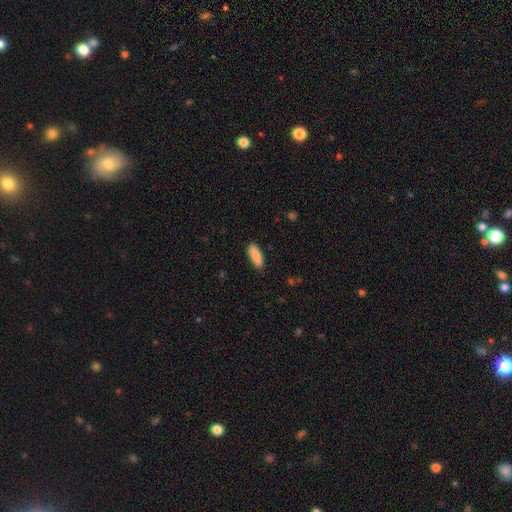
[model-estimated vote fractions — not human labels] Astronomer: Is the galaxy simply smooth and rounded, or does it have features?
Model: smooth — 88%.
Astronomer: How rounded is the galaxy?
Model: in between — 71%.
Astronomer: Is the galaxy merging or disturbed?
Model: none — 84%.